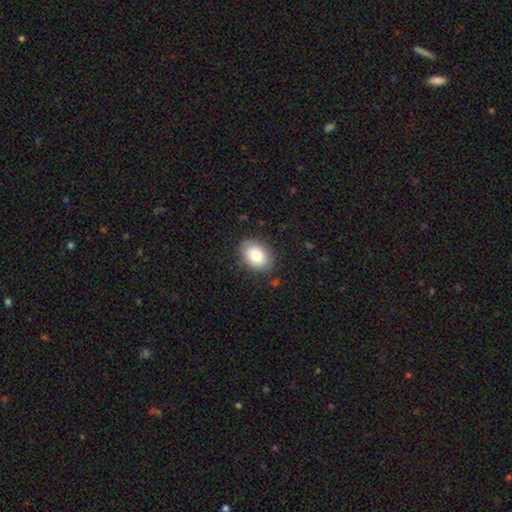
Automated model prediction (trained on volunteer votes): The model was most divided on "how rounded": in between: 73%, round: 26%, cigar-shaped: 1%. More confident: merging — none (85%); smooth or featured — smooth (80%).